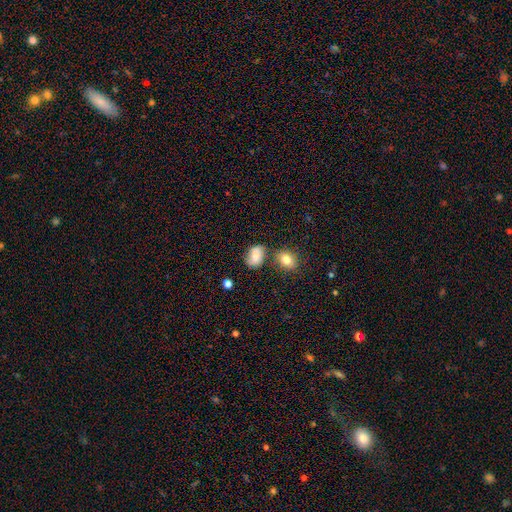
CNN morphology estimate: A smooth galaxy with no disk features (67%) that is in between round and cigar-shaped (72%). Merging: none (63%).